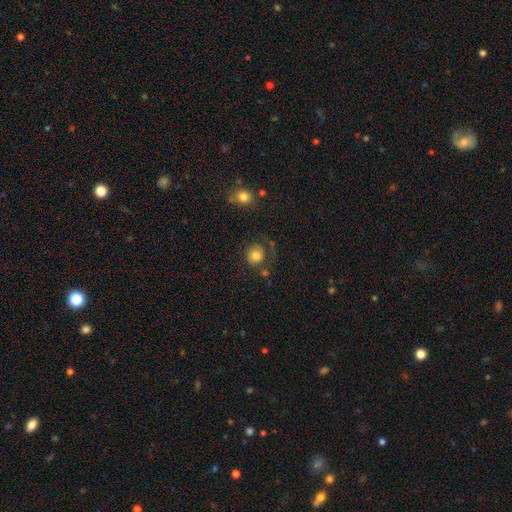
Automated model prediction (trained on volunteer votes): A smooth galaxy with no disk features (72%) that is round (83%).

Vote fractions:
- Smooth or featured? smooth: 72% / featured or disk: 19% / star or artifact: 10%
- How rounded? round: 83% / in between: 16% / cigar-shaped: 1%
- Merging? none: 59% / minor disturbance: 18% / major disturbance: 17% / merger: 7%